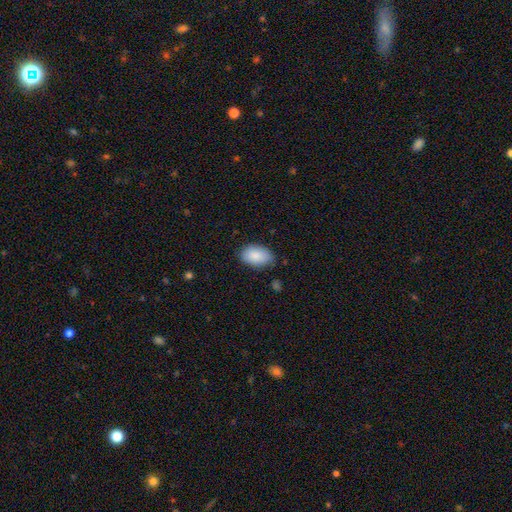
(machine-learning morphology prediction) The model was most divided on "merging": none: 76%, minor disturbance: 19%, major disturbance: 3%, merger: 2%. More confident: how rounded — in between (92%); smooth or featured — smooth (88%).